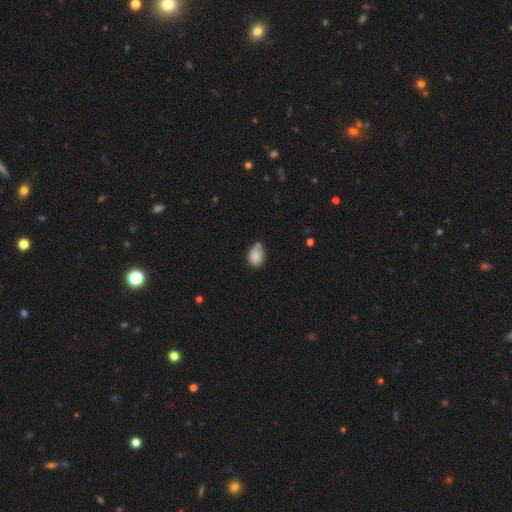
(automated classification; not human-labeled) The model was most divided on "merging": none: 56%, minor disturbance: 26%, merger: 13%, major disturbance: 5%. More confident: smooth or featured — smooth (86%); how rounded — in between (65%).